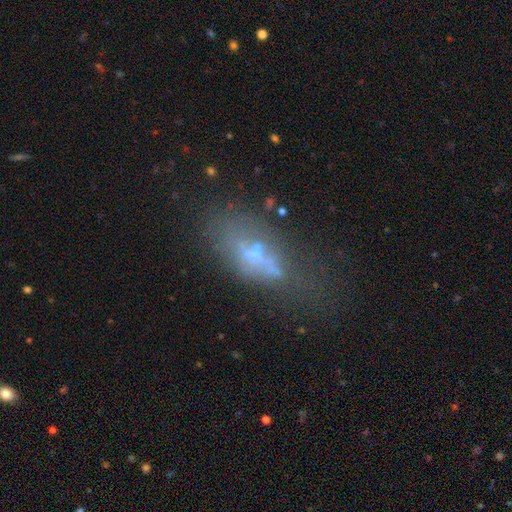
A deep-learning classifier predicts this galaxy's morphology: A featured or disk galaxy (45%). Merging: none (36%).